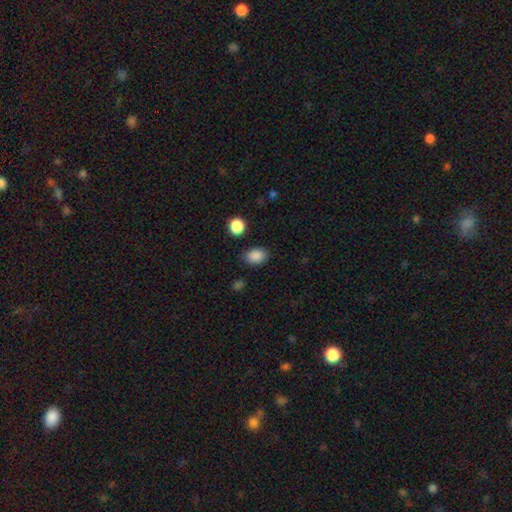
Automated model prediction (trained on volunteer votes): A smooth galaxy with no disk features (87%) that is in between round and cigar-shaped (75%).

Vote fractions:
- Smooth or featured? smooth: 87% / star or artifact: 9% / featured or disk: 3%
- How rounded? in between: 75% / round: 24% / cigar-shaped: 1%
- Merging? none: 85% / minor disturbance: 10% / major disturbance: 3% / merger: 2%